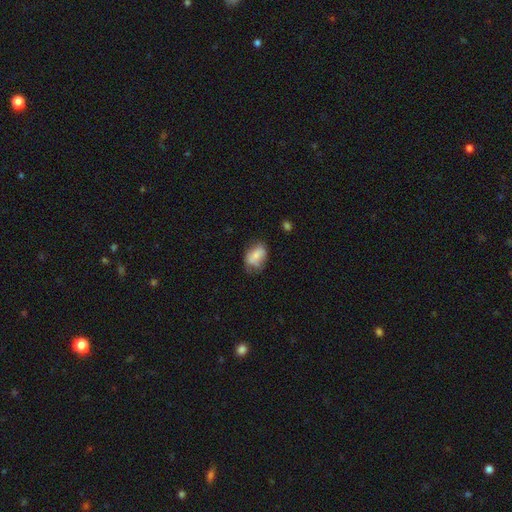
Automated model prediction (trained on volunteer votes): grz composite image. It shows a smooth galaxy with no disk features (70%) that is in between round and cigar-shaped (80%). Merging: none (50%).